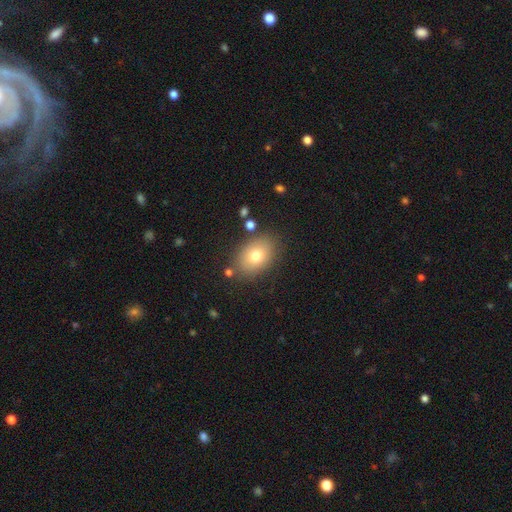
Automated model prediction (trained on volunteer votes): Morphology: type=smooth (75%); roundness=in between (78%); merging=none (81%).